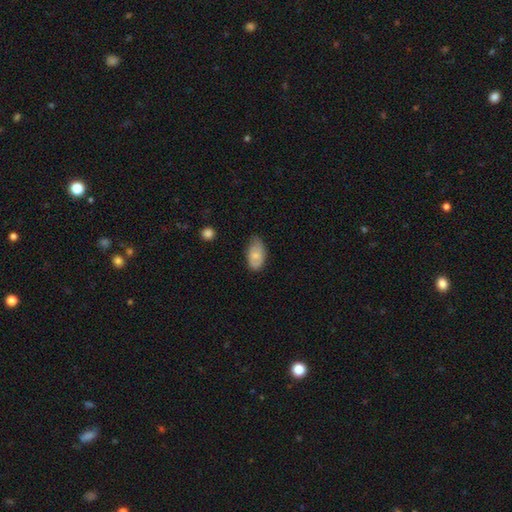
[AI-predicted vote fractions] smooth_or_featured: smooth (p=0.68) [alt: featured or disk p=0.25]
how_rounded: in between (p=0.93) [alt: round p=0.05]
merging: none (p=0.55) [alt: minor disturbance p=0.36]